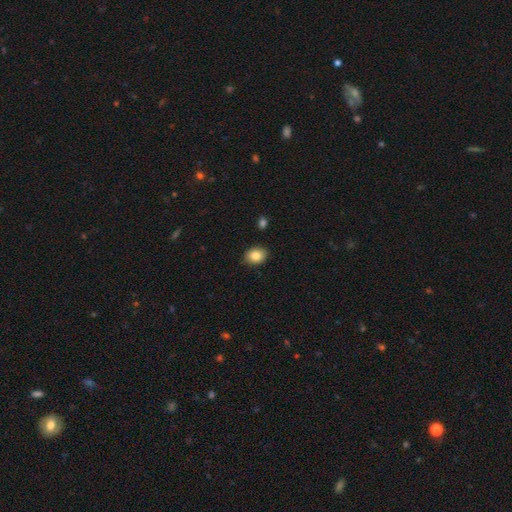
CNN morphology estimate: smooth 86%, star or artifact 8%, featured or disk 6%. Down the decision tree: how rounded — in between (64%); merging — none (88%).